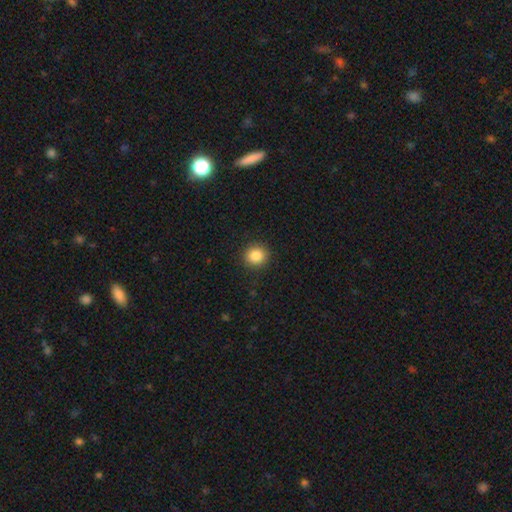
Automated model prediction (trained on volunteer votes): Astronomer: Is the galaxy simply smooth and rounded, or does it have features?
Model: smooth — 86%.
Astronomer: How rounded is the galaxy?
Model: round — 88%.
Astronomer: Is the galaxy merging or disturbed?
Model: none — 91%.